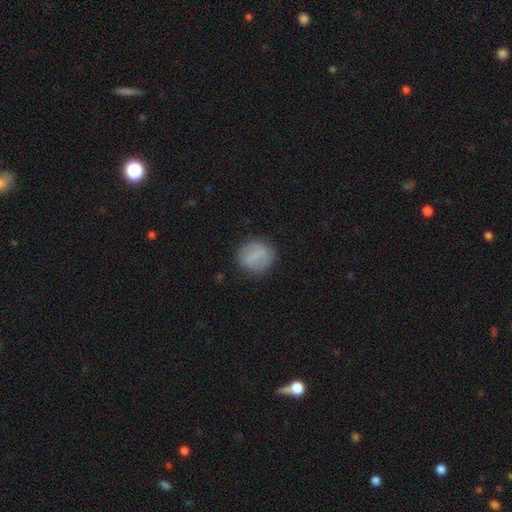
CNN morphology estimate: This is likely a smooth galaxy (72%). How rounded: clearly round (86%). Merging: clearly none (84%).